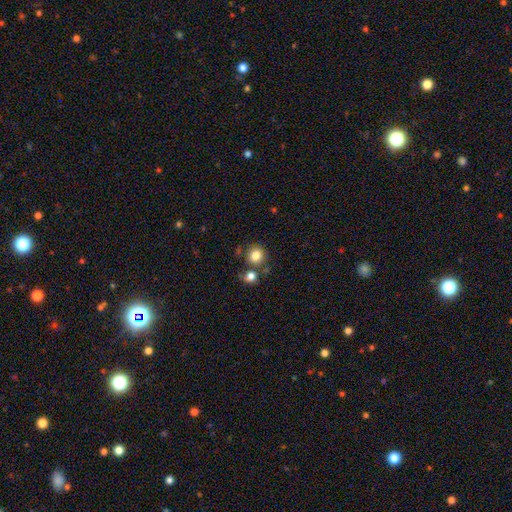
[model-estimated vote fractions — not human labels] This is clearly a smooth galaxy (83%). How rounded: clearly round (84%). Merging: likely none (74%).